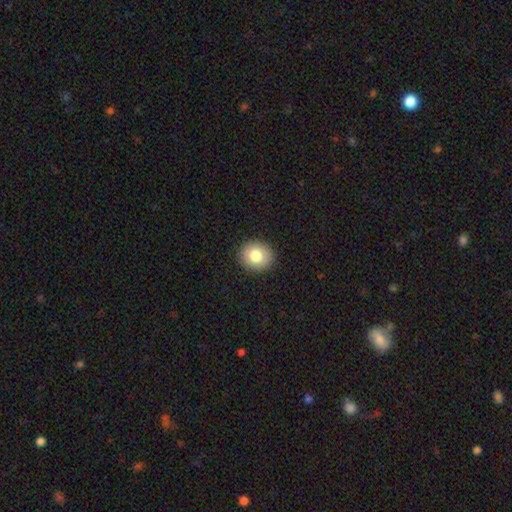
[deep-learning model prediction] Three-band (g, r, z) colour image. It shows a smooth galaxy with no disk features (80%) that is round (75%). Merging: none (91%).